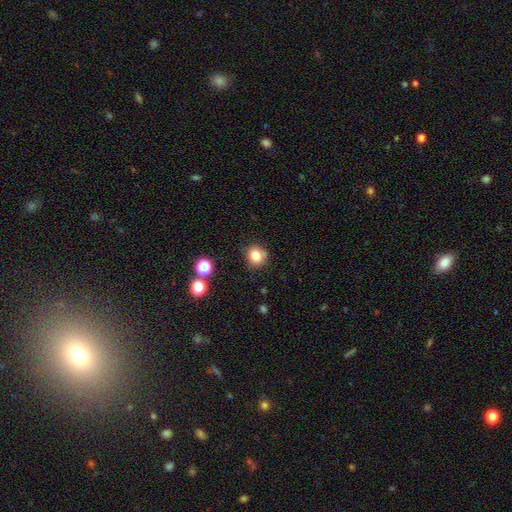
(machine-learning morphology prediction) This appears to be a smooth galaxy with no disk features (79%) that is round (82%). Merging: none (77%).